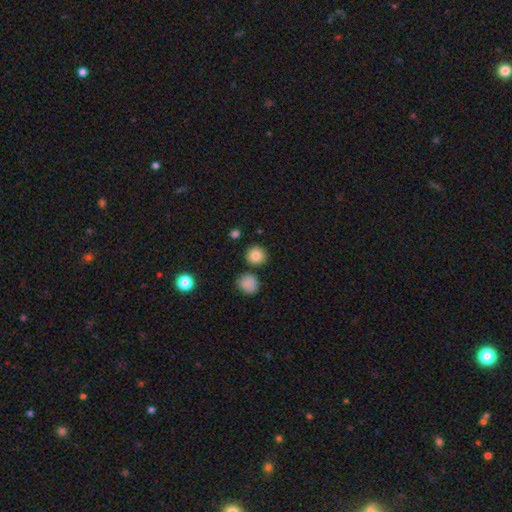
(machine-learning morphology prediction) Q: Smooth or featured?
A: smooth (84%); runner-up: star or artifact (10%)
Q: How rounded?
A: round (90%); runner-up: in between (9%)
Q: Merging?
A: none (84%); runner-up: minor disturbance (8%)